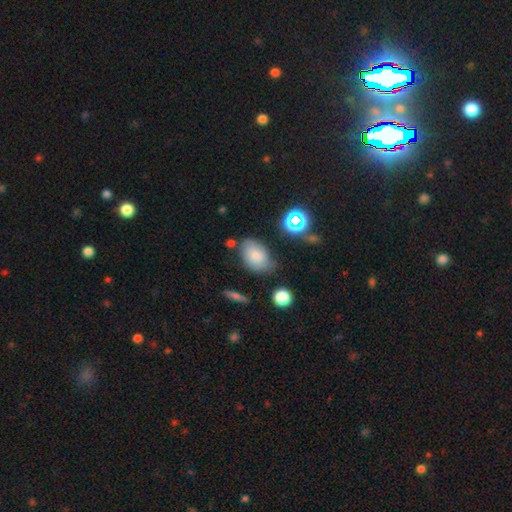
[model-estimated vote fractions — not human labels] Q: Smooth or featured?
A: smooth (74%); runner-up: featured or disk (15%)
Q: How rounded?
A: in between (86%); runner-up: round (13%)
Q: Merging?
A: none (60%); runner-up: minor disturbance (26%)